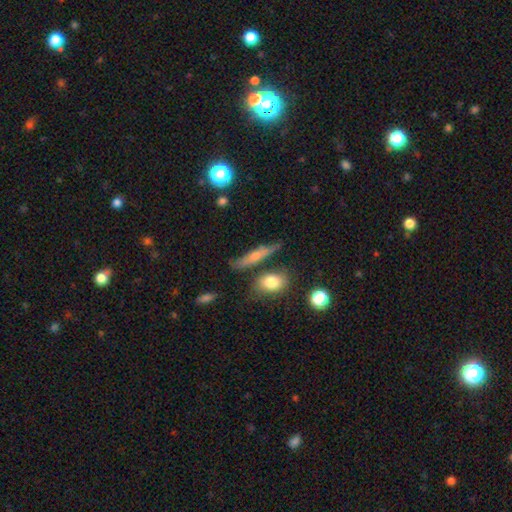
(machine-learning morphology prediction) Smooth or featured?
  - smooth: 50% *
  - featured or disk: 40%
  - star or artifact: 10%
Merging?
  - none: 68% *
  - minor disturbance: 17%
  - merger: 9%
  - major disturbance: 5%